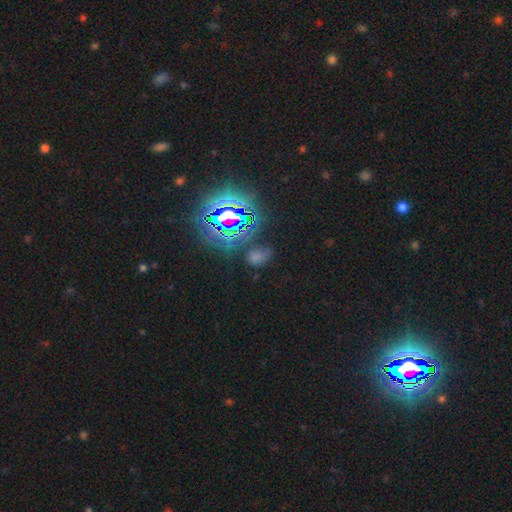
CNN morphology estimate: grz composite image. It shows a star or artifact, not a galaxy (65%).